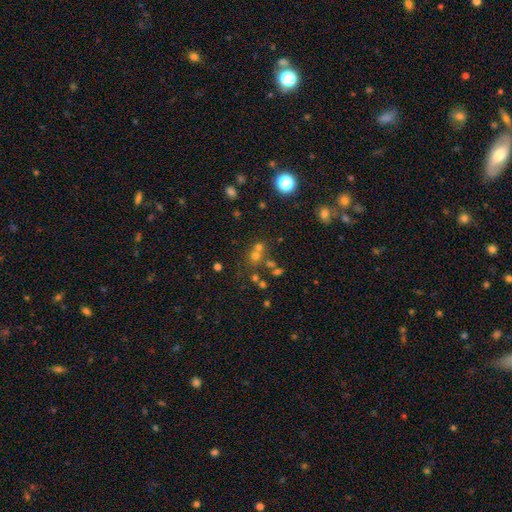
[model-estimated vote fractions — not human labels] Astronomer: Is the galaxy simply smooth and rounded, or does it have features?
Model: smooth — 55%.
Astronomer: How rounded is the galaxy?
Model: round — 82%.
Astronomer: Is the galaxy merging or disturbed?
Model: none — 49% (runner-up: merger, 38%).